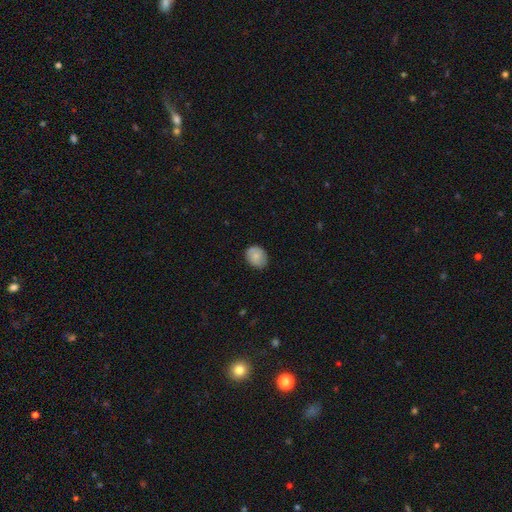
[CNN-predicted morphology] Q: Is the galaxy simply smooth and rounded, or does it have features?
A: smooth — 79%.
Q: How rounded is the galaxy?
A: in between — 54%.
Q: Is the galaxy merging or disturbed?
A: none — 78%.